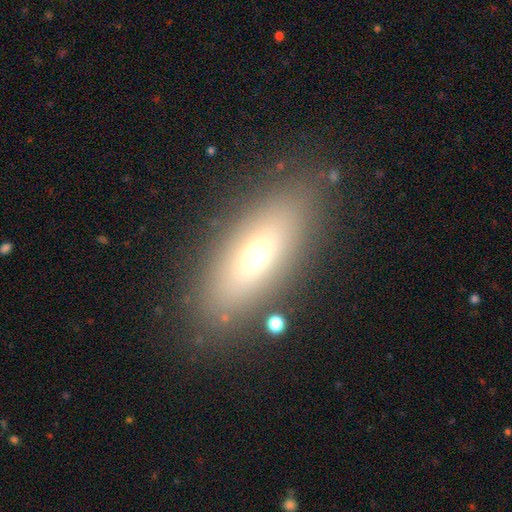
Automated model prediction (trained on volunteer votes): Smooth or featured?
  - smooth: 61% *
  - featured or disk: 28%
  - star or artifact: 11%
How rounded?
  - in between: 71% *
  - cigar-shaped: 25%
  - round: 4%
Merging?
  - none: 83% *
  - minor disturbance: 10%
  - major disturbance: 4%
  - merger: 3%